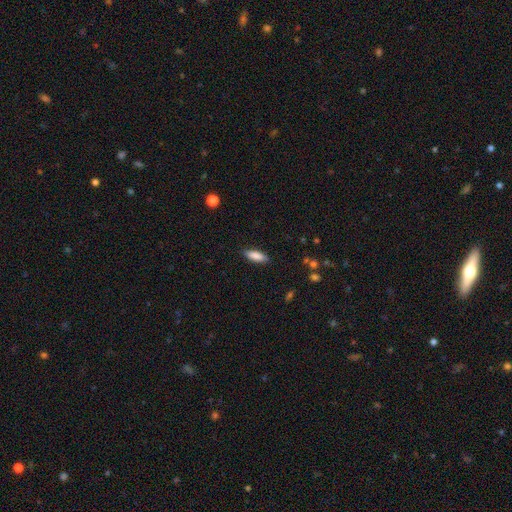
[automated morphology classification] smooth-or-featured: smooth: 86% | featured or disk: 7% | star or artifact: 7%
  how-rounded: in between: 60% | cigar-shaped: 38% | round: 2%
  merging: none: 88% | minor disturbance: 9% | major disturbance: 2% | merger: 1%